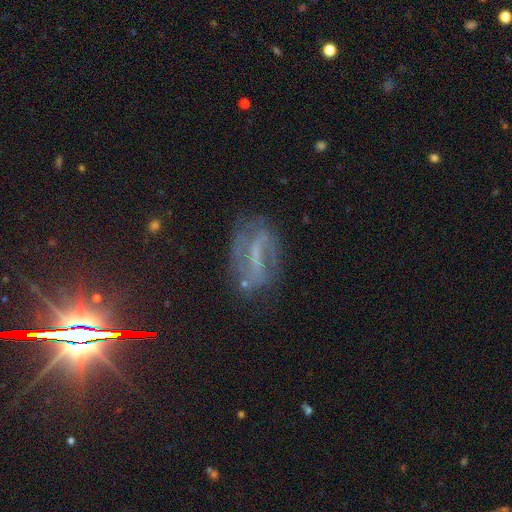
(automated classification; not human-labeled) smooth-or-featured: featured or disk: 63% | star or artifact: 21% | smooth: 16%
  disk-edge-on: no: 90% | yes: 10%
    bar: strong: 54% | weak: 31% | no: 15%
    has-spiral-arms: yes: 71% | no: 29%
    bulge-size: none: 54% | small: 30% | moderate: 12% | large: 2% | dominant: 1%
  merging: none: 65% | minor disturbance: 19% | major disturbance: 13% | merger: 3%